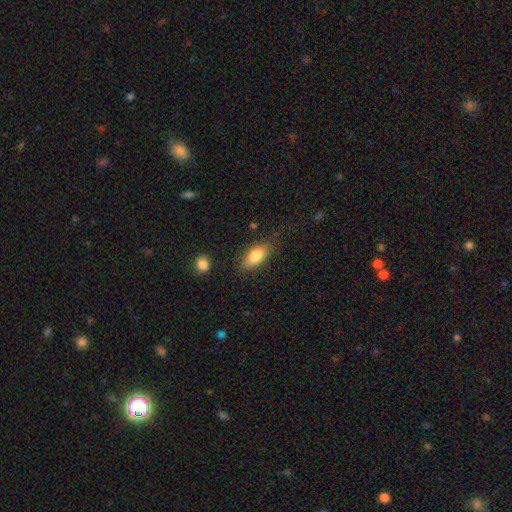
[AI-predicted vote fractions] A smooth galaxy with no disk features (79%) that is in between round and cigar-shaped (85%).

Vote fractions:
- Smooth or featured? smooth: 79% / featured or disk: 13% / star or artifact: 7%
- How rounded? in between: 85% / cigar-shaped: 11% / round: 5%
- Merging? none: 76% / minor disturbance: 17% / major disturbance: 4% / merger: 2%